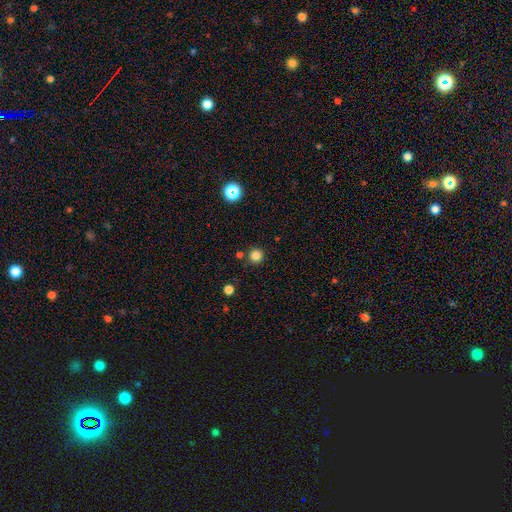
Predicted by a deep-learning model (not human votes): A smooth galaxy with no disk features (82%) that is round (96%). Merging: none (86%).